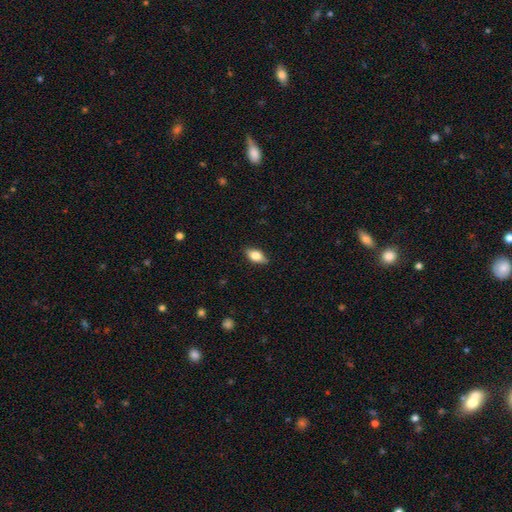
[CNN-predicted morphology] This is likely a smooth galaxy (71%). How rounded: clearly in between (86%). Merging: clearly none (86%).